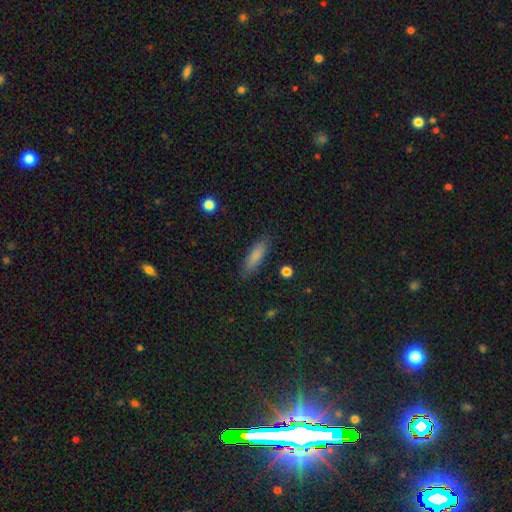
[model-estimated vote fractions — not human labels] Smooth or featured: smooth — 82% (featured or disk — 10%)
How rounded: cigar-shaped — 59% (in between — 39%)
Merging: none — 87% (minor disturbance — 9%)